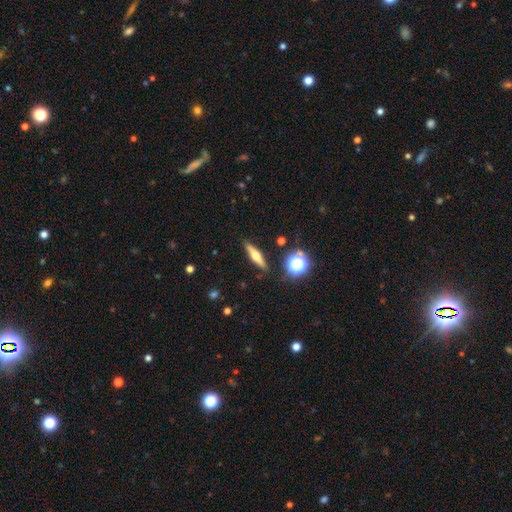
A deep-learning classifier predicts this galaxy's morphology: Overall: featured or disk (55%; smooth 35%). Edge-on disk: yes (94%). Edge-on bulge: rounded (93%). Merging: none (88%).